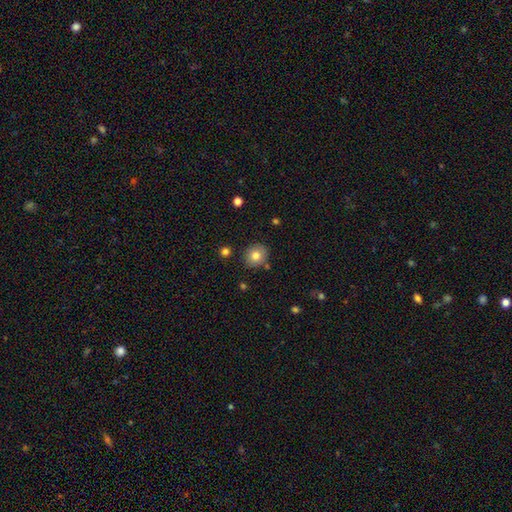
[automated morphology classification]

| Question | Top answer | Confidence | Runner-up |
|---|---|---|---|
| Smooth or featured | smooth | 80% | star or artifact (10%) |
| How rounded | round | 81% | in between (18%) |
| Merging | none | 83% | minor disturbance (10%) |